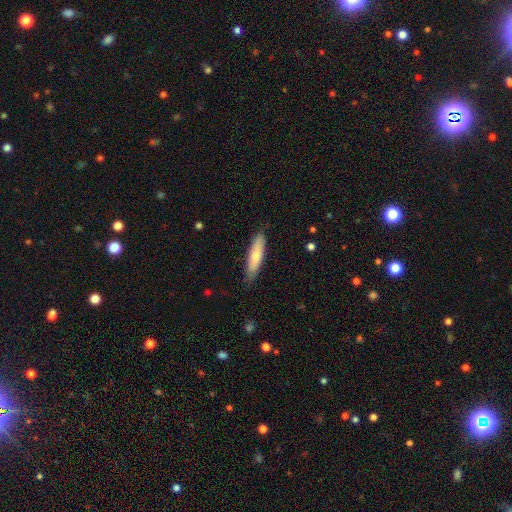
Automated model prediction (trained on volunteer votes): Smooth or featured? smooth (67%)
How rounded? cigar-shaped (68%)
Merging? none (82%)